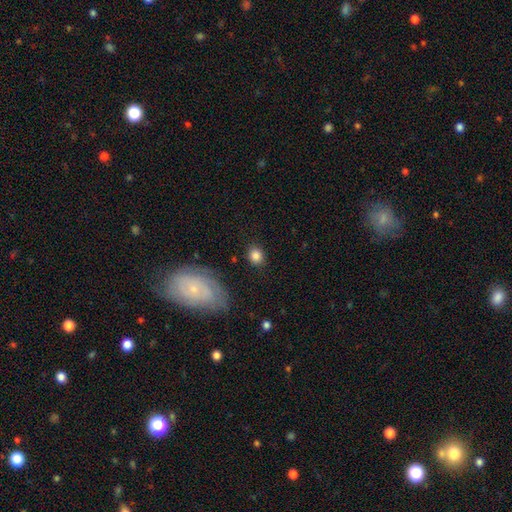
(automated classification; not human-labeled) Overall: smooth (83%). How rounded: round (65%; in between 34%). Merging: none (85%).